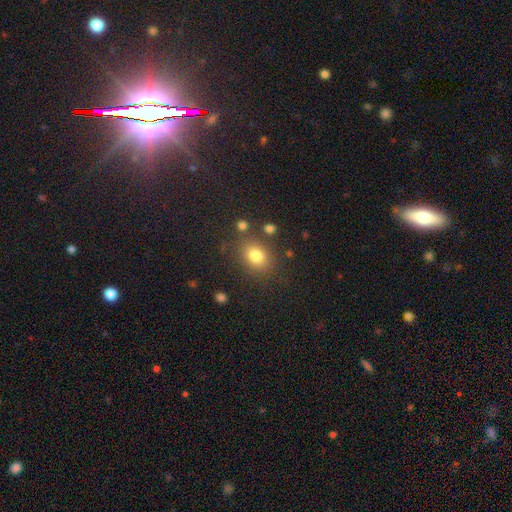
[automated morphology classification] smooth 79%, star or artifact 13%, featured or disk 8%. Down the decision tree: how rounded — in between (55%); merging — none (77%).